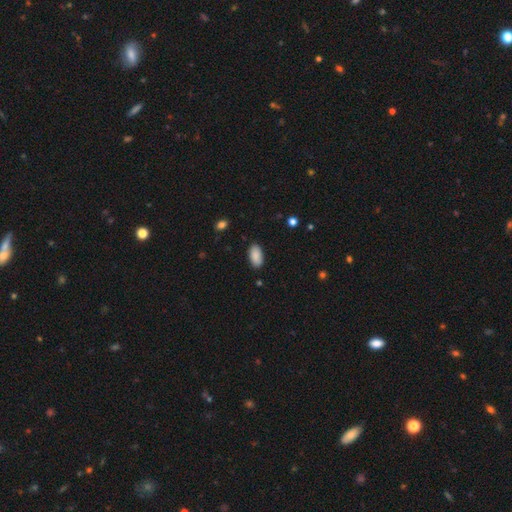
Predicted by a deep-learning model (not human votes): Smooth or featured?
  - smooth: 90% *
  - star or artifact: 6%
  - featured or disk: 4%
How rounded?
  - in between: 95% *
  - cigar-shaped: 3%
  - round: 2%
Merging?
  - none: 88% *
  - minor disturbance: 9%
  - major disturbance: 2%
  - merger: 1%